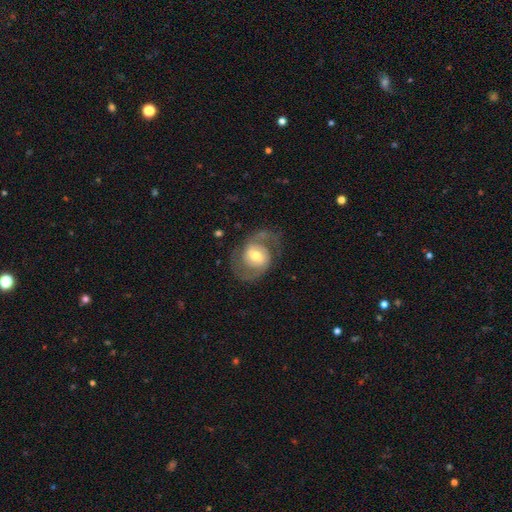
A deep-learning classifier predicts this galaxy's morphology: Smooth or featured?
  - featured or disk: 84% *
  - smooth: 11%
  - star or artifact: 5%
Edge-on disk?
  - no: 97% *
  - yes: 3%
Bar?
  - weak: 47% *
  - no: 35%
  - strong: 18%
Spiral arms?
  - yes: 93% *
  - no: 7%
Spiral winding?
  - medium: 54% *
  - tight: 24%
  - loose: 22%
Spiral arm count?
  - 2: 90% *
  - can't tell: 4%
  - 1: 2%
  - 3: 1%
  - 4: 1%
  - more than 4: 1%
Bulge size?
  - moderate: 66% *
  - small: 21%
  - large: 11%
  - dominant: 1%
  - none: 1%
Merging?
  - none: 73% *
  - minor disturbance: 15%
  - major disturbance: 11%
  - merger: 1%